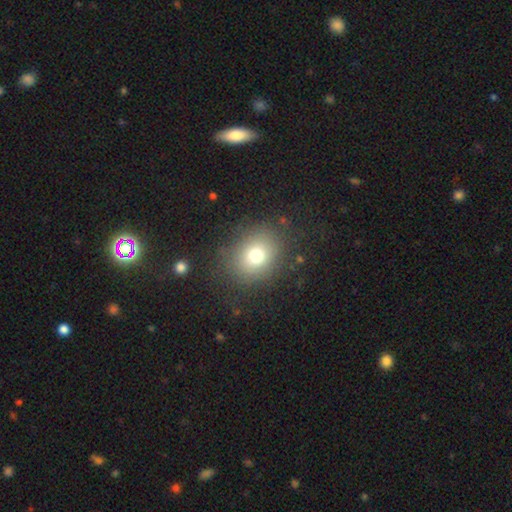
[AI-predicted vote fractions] smooth 72%, star or artifact 16%, featured or disk 12%. Down the decision tree: how rounded — round (63%); merging — none (81%).